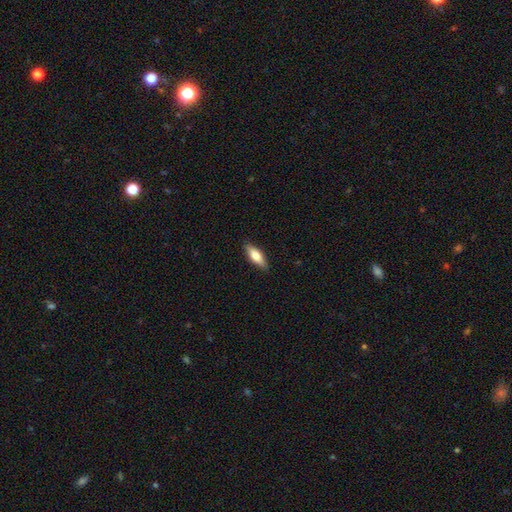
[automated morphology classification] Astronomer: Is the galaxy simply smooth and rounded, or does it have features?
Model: smooth — 74%.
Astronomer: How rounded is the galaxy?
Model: in between — 61% (runner-up: cigar-shaped, 37%).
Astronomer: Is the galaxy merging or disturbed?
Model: none — 87%.